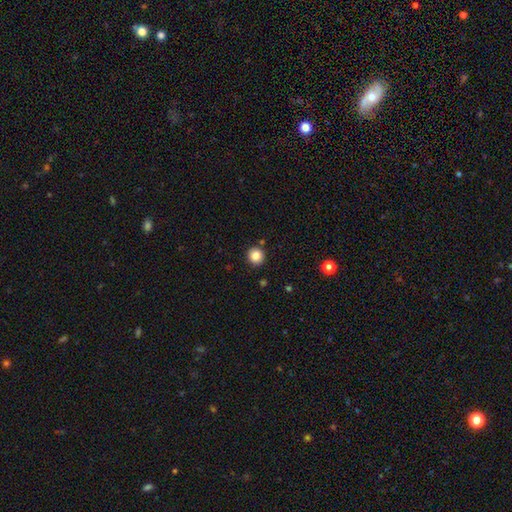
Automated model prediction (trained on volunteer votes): Overall: smooth (84%). How rounded: round (94%). Merging: none (90%).